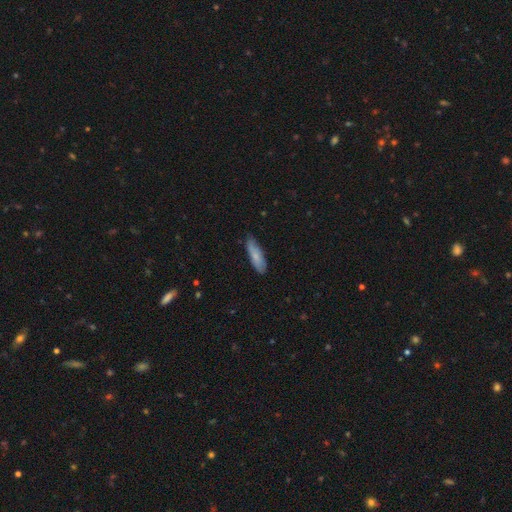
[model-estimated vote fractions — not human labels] smooth-or-featured: smooth: 76% | featured or disk: 18% | star or artifact: 6%
  how-rounded: cigar-shaped: 61% | in between: 37% | round: 2%
  merging: none: 76% | minor disturbance: 20% | major disturbance: 3% | merger: 1%